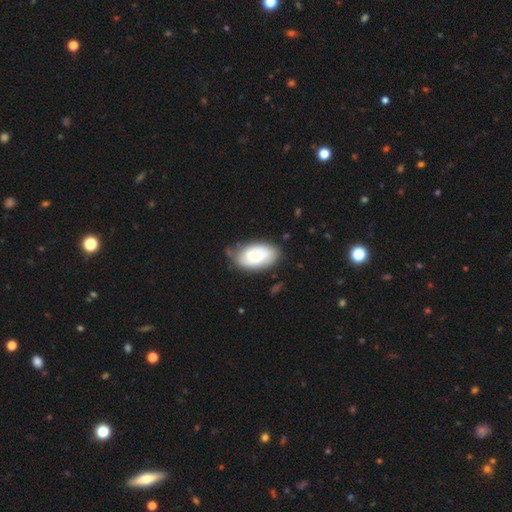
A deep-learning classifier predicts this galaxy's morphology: smooth 57%, featured or disk 37%, star or artifact 6%. Down the decision tree: how rounded — in between (94%); merging — none (66%).